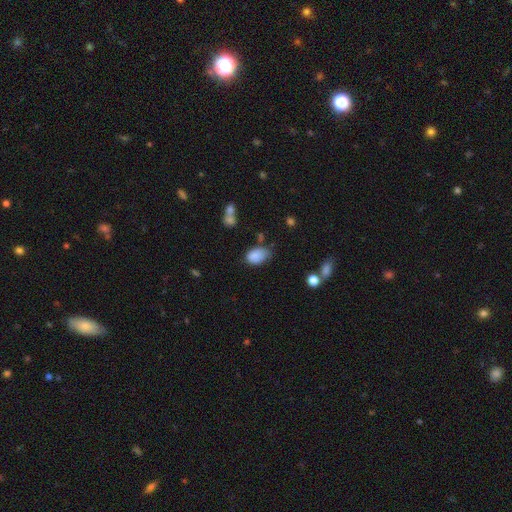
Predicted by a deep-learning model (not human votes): A smooth galaxy with no disk features (85%) that is in between round and cigar-shaped (88%).

Vote fractions:
- Smooth or featured? smooth: 85% / star or artifact: 9% / featured or disk: 7%
- How rounded? in between: 88% / round: 11% / cigar-shaped: 1%
- Merging? none: 49% / minor disturbance: 36% / major disturbance: 10% / merger: 5%